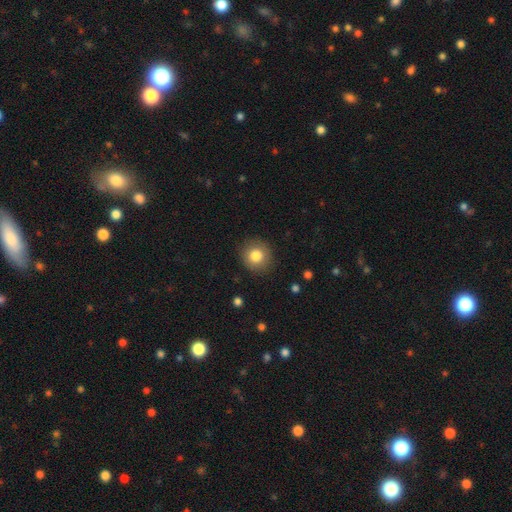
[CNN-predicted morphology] smooth-or-featured: smooth: 82% | star or artifact: 9% | featured or disk: 9%
  how-rounded: round: 89% | in between: 10% | cigar-shaped: 1%
  merging: none: 88% | minor disturbance: 8% | major disturbance: 3% | merger: 1%